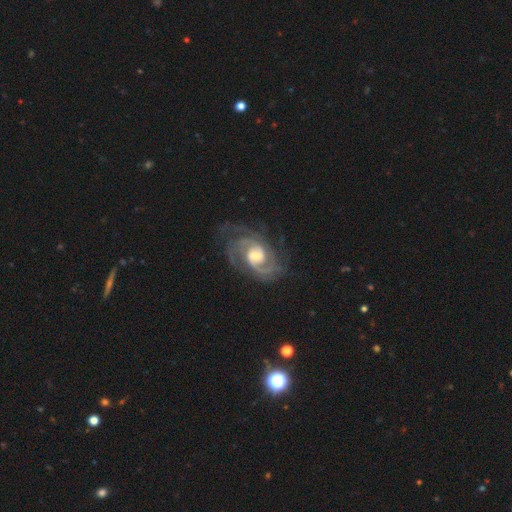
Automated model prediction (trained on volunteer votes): Smooth or featured? featured or disk (90%)
Edge-on disk? no (97%)
Bar? weak (51%)
Spiral arms? yes (97%)
Spiral winding? medium (45%)
Spiral arm count? 2 (54%)
Bulge size? moderate (54%)
Merging? none (65%)